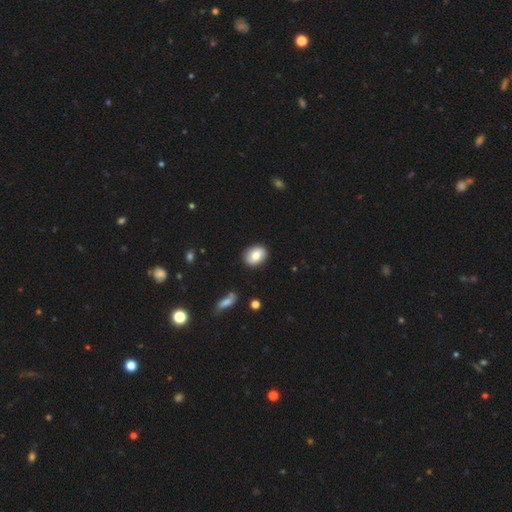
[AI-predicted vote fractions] Smooth or featured? smooth (76%)
How rounded? in between (61%)
Merging? none (87%)